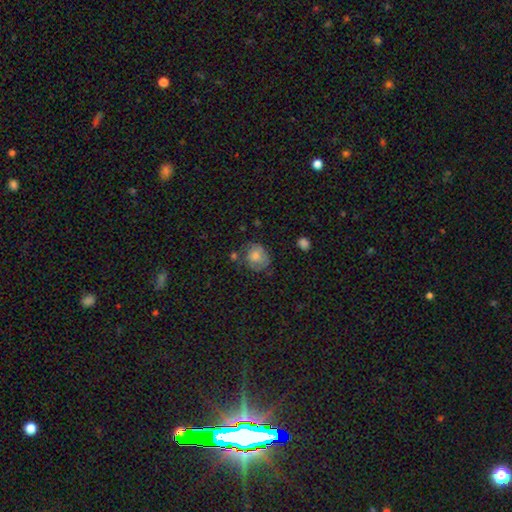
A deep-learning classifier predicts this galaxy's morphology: Q: Smooth or featured?
A: smooth (64%); runner-up: featured or disk (25%)
Q: How rounded?
A: round (67%); runner-up: in between (32%)
Q: Merging?
A: none (60%); runner-up: minor disturbance (25%)